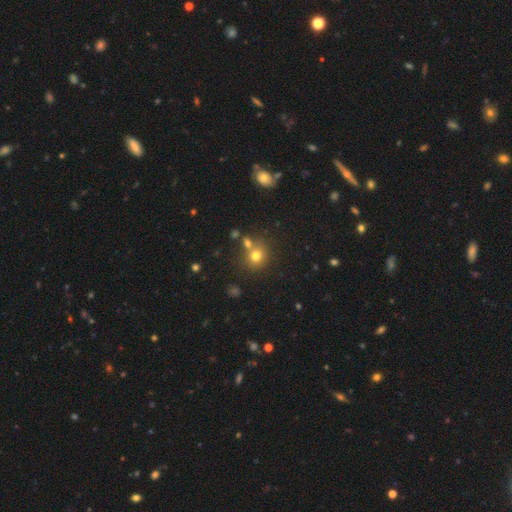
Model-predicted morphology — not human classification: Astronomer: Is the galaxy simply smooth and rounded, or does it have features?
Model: smooth — 74%.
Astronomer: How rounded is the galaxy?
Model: round — 80%.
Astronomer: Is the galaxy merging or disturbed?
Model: none — 61%.